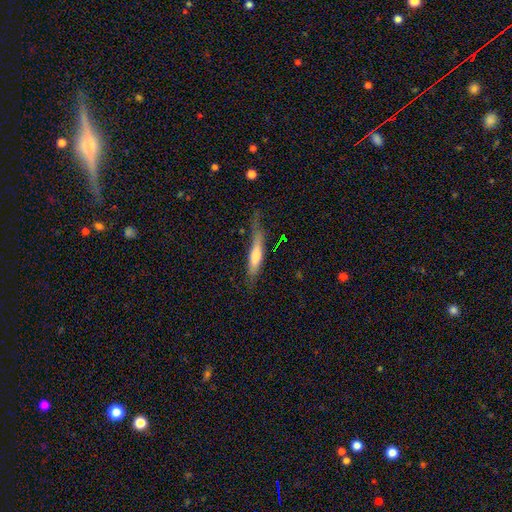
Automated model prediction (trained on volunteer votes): Smooth or featured?
  - smooth: 54% *
  - featured or disk: 39%
  - star or artifact: 7%
How rounded?
  - cigar-shaped: 87% *
  - in between: 12%
  - round: 2%
Merging?
  - none: 56% *
  - minor disturbance: 29%
  - major disturbance: 12%
  - merger: 3%